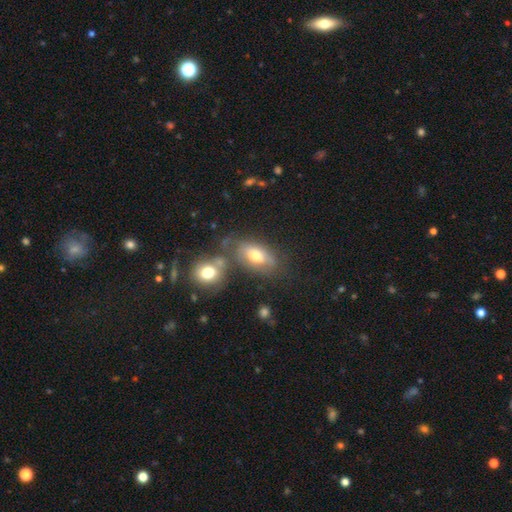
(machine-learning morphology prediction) Smooth or featured?
  - smooth: 62% *
  - featured or disk: 29%
  - star or artifact: 9%
How rounded?
  - in between: 88% *
  - round: 9%
  - cigar-shaped: 3%
Merging?
  - none: 48% *
  - merger: 24%
  - minor disturbance: 19%
  - major disturbance: 9%